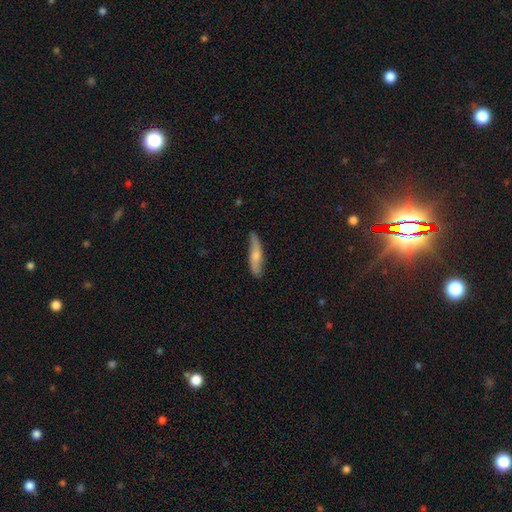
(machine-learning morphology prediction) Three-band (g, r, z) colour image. It shows a smooth galaxy with no disk features (59%) that is cigar-shaped (81%). Merging: none (77%).